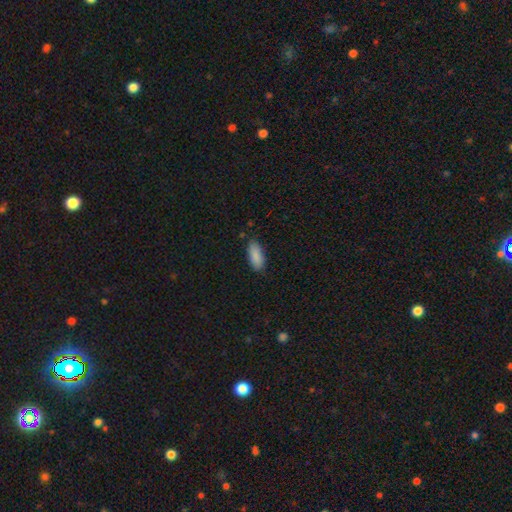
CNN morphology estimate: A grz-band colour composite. It shows a smooth galaxy with no disk features (89%) that is in between round and cigar-shaped (84%). Merging: none (83%).